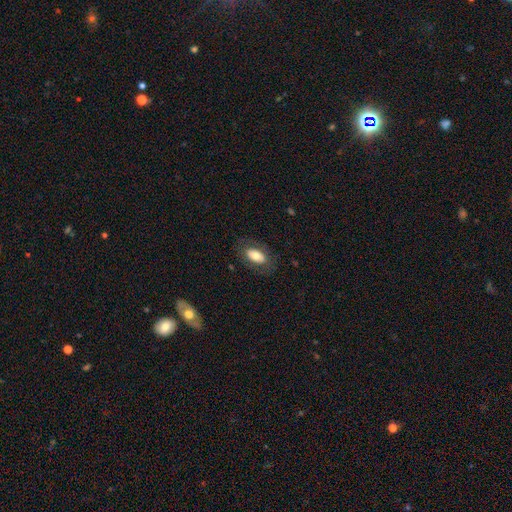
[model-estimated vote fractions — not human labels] This appears to be a smooth galaxy with no disk features (70%) that is in between round and cigar-shaped (92%). Merging: none (80%).